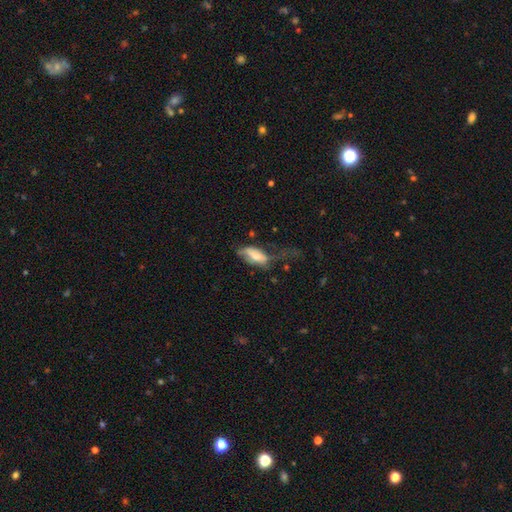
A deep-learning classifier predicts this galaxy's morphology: Smooth or featured: smooth — 58% (featured or disk — 35%)
How rounded: in between — 86% (cigar-shaped — 11%)
Merging: major disturbance — 48% (minor disturbance — 25%)